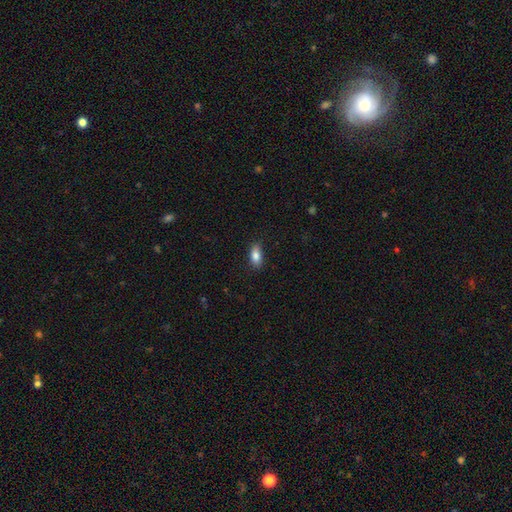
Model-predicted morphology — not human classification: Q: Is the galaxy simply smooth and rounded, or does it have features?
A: smooth — 84%.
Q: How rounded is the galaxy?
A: in between — 86%.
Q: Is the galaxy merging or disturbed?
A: none — 84%.